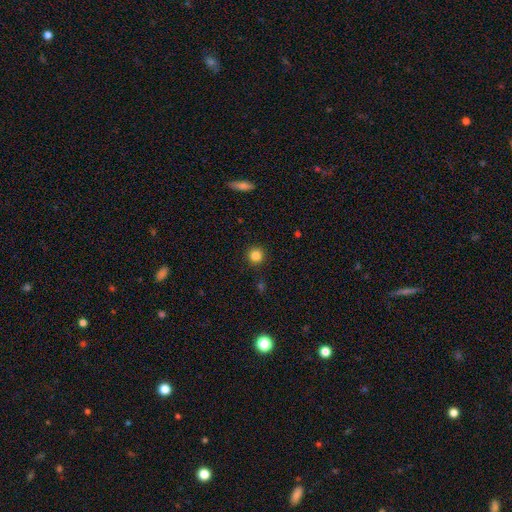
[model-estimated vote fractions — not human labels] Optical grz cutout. It shows a smooth galaxy with no disk features (84%) that is round (95%). Merging: none (91%).